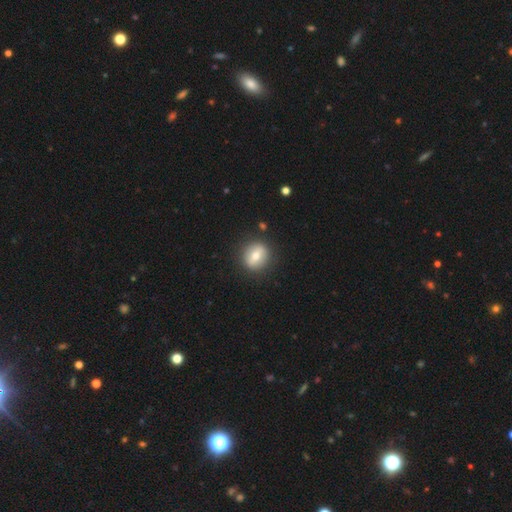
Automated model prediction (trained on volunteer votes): Smooth or featured? smooth (61%)
How rounded? round (76%)
Merging? none (87%)